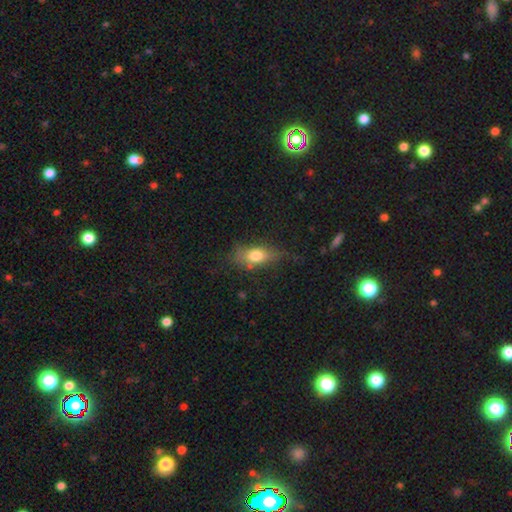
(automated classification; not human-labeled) Morphology: type=smooth (71%); roundness=in between (79%); merging=none (54%).